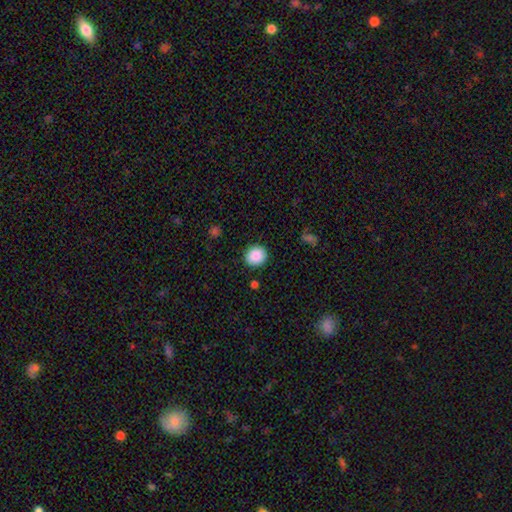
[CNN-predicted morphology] Smooth or featured? smooth (88%)
How rounded? round (82%)
Merging? none (90%)